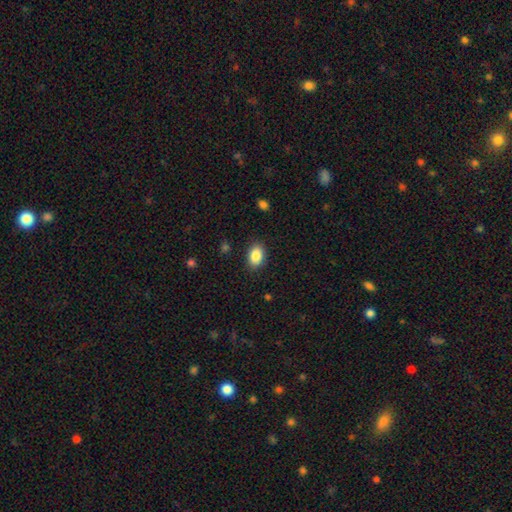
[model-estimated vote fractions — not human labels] smooth_or_featured: smooth (p=0.87) [alt: star or artifact p=0.08]
how_rounded: in between (p=0.84) [alt: round p=0.15]
merging: none (p=0.87) [alt: minor disturbance p=0.09]